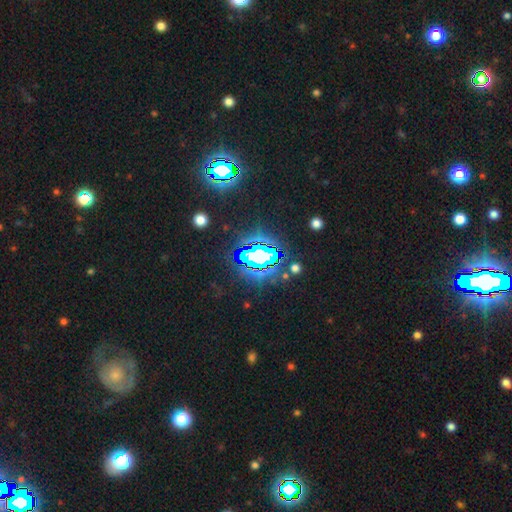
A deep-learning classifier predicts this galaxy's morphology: Smooth or featured: star or artifact — 75% (smooth — 13%)